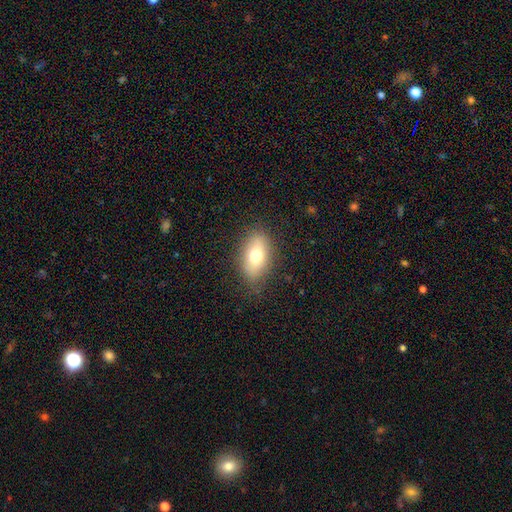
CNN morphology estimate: Overall: smooth (71%). How rounded: in between (86%). Merging: none (81%).